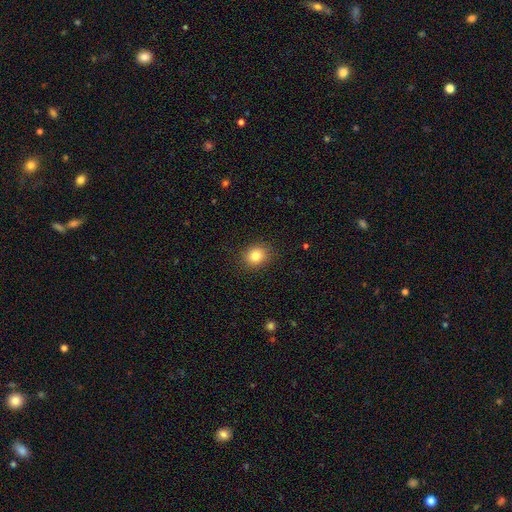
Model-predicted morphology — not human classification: A smooth galaxy with no disk features (83%) that is round (65%). Merging: none (88%).